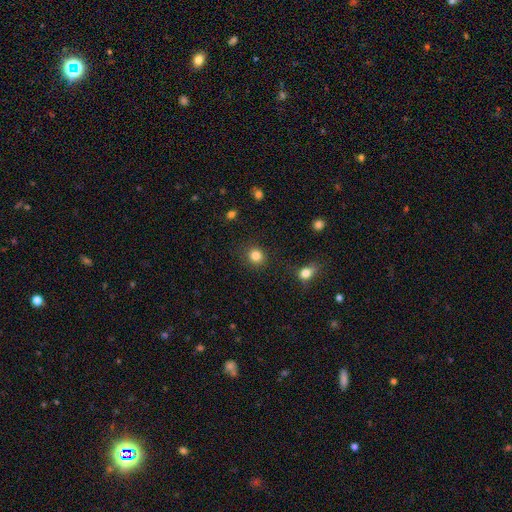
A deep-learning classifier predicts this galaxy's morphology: Smooth or featured?
  - smooth: 84% *
  - star or artifact: 11%
  - featured or disk: 4%
How rounded?
  - round: 88% *
  - in between: 11%
  - cigar-shaped: 1%
Merging?
  - none: 89% *
  - minor disturbance: 7%
  - major disturbance: 3%
  - merger: 2%